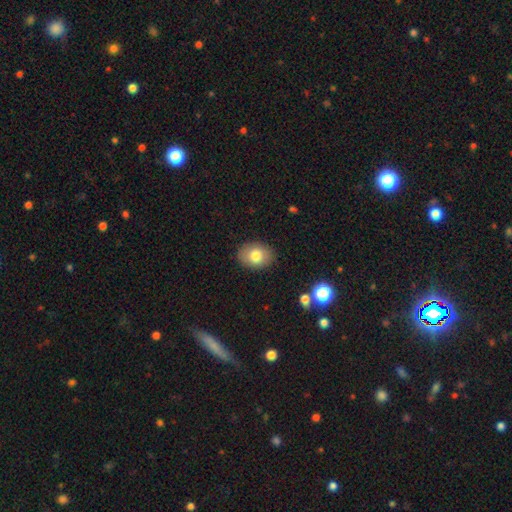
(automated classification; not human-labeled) Morphology: type=smooth (79%); roundness=in between (68%); merging=none (87%).